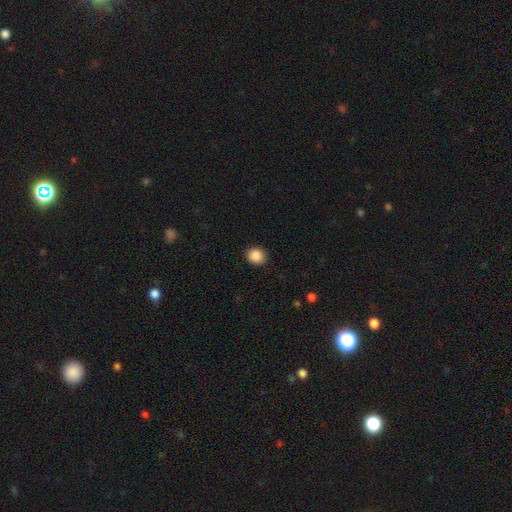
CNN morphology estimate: Overall: smooth (88%). How rounded: round (78%). Merging: none (91%).